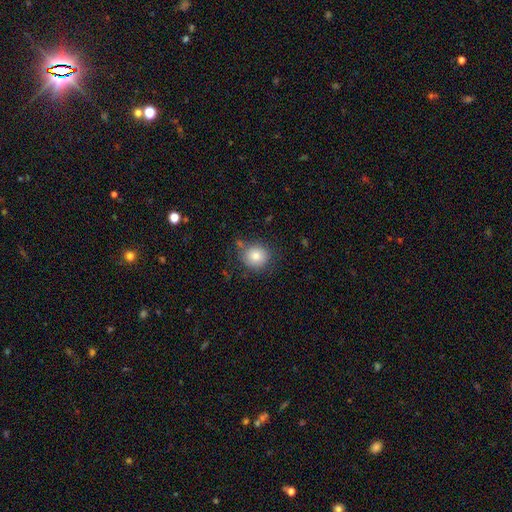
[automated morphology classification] This is clearly a smooth galaxy (81%). How rounded: clearly round (90%). Merging: likely none (77%).